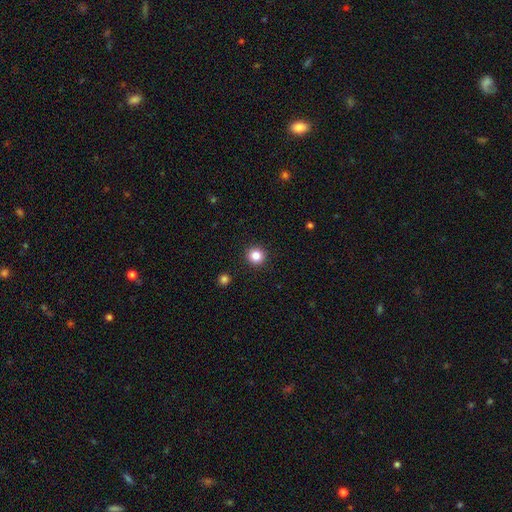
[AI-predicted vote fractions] Q: Smooth or featured?
A: smooth (84%); runner-up: star or artifact (11%)
Q: How rounded?
A: round (94%); runner-up: in between (5%)
Q: Merging?
A: none (93%); runner-up: minor disturbance (4%)